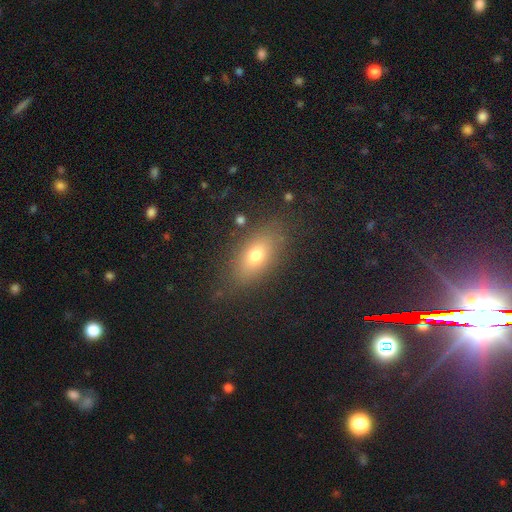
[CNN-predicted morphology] smooth_or_featured: smooth (p=0.69) [alt: featured or disk p=0.19]
how_rounded: in between (p=0.81) [alt: cigar-shaped p=0.11]
merging: none (p=0.82) [alt: minor disturbance p=0.12]